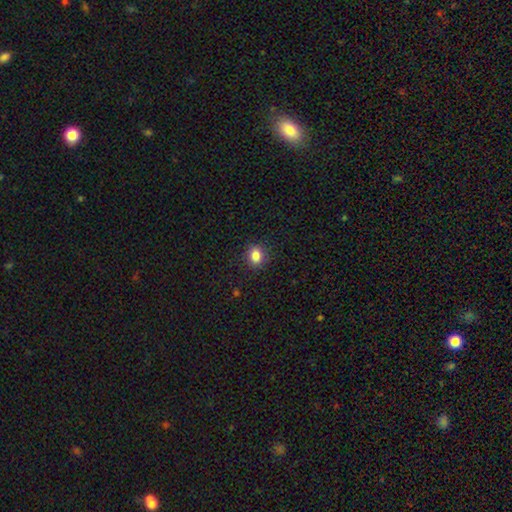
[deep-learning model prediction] This is clearly a smooth galaxy (84%). How rounded: possibly round (52%). Merging: clearly none (88%).